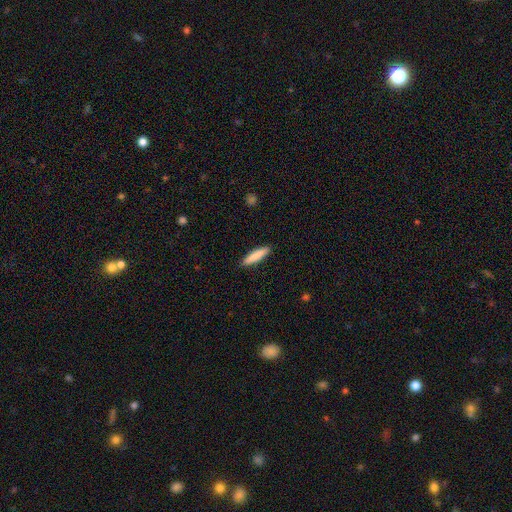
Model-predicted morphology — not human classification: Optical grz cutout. It shows a smooth galaxy with no disk features (84%) that is cigar-shaped (84%). Merging: none (90%).